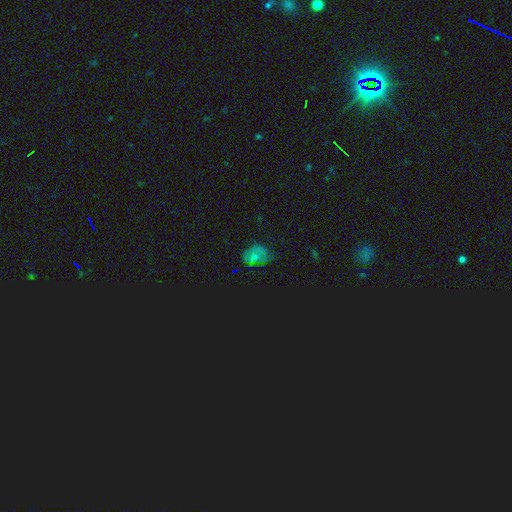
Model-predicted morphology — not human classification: smooth-or-featured: smooth: 40% | star or artifact: 34% | featured or disk: 26%
  merging: none: 55% | minor disturbance: 28% | major disturbance: 14% | merger: 3%